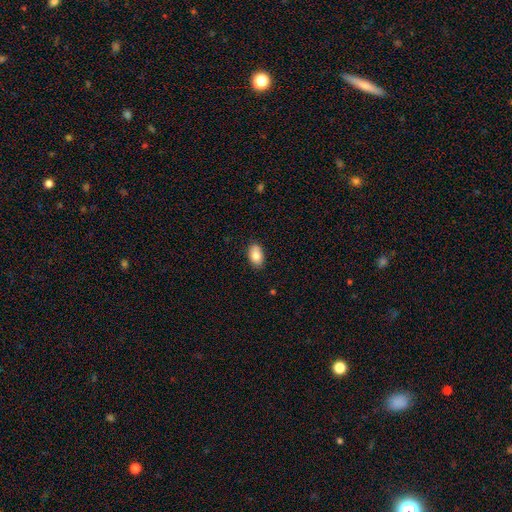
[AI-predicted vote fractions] A smooth galaxy with no disk features (83%) that is in between round and cigar-shaped (91%).

Vote fractions:
- Smooth or featured? smooth: 83% / featured or disk: 9% / star or artifact: 7%
- How rounded? in between: 91% / round: 8% / cigar-shaped: 1%
- Merging? none: 83% / minor disturbance: 14% / major disturbance: 2% / merger: 1%